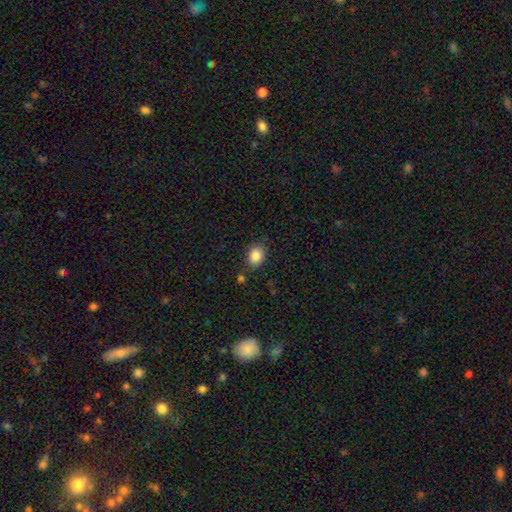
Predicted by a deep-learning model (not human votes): A smooth galaxy with no disk features (87%) that is in between round and cigar-shaped (63%).

Vote fractions:
- Smooth or featured? smooth: 87% / star or artifact: 9% / featured or disk: 5%
- How rounded? in between: 63% / round: 36% / cigar-shaped: 1%
- Merging? none: 77% / minor disturbance: 15% / merger: 4% / major disturbance: 4%